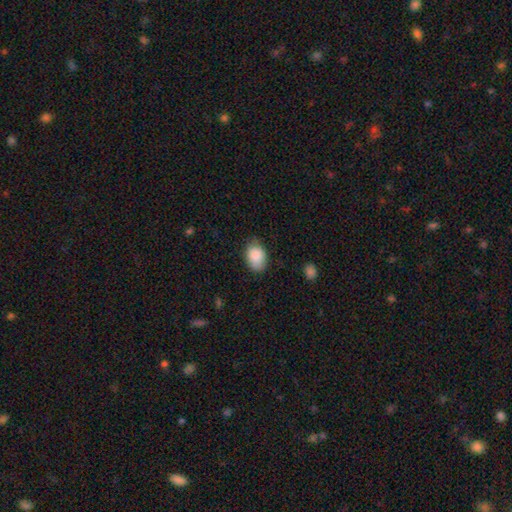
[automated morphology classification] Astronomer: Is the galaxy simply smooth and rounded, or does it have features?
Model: smooth — 89%.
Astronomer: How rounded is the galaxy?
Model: in between — 81%.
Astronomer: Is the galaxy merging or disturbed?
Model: none — 71%.